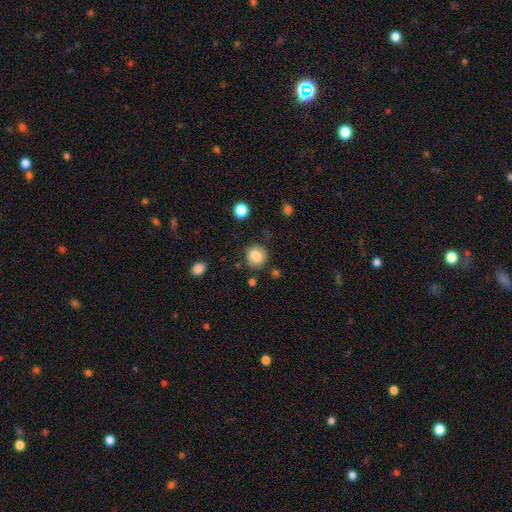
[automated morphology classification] Q: Smooth or featured?
A: smooth (79%); runner-up: featured or disk (11%)
Q: How rounded?
A: round (75%); runner-up: in between (24%)
Q: Merging?
A: none (77%); runner-up: minor disturbance (15%)